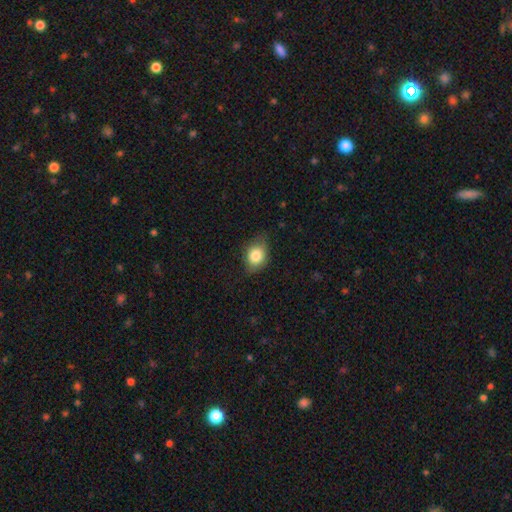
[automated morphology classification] Smooth or featured?
  - smooth: 82% *
  - featured or disk: 9%
  - star or artifact: 9%
How rounded?
  - in between: 60% *
  - round: 39%
  - cigar-shaped: 1%
Merging?
  - none: 70% *
  - minor disturbance: 24%
  - major disturbance: 5%
  - merger: 1%